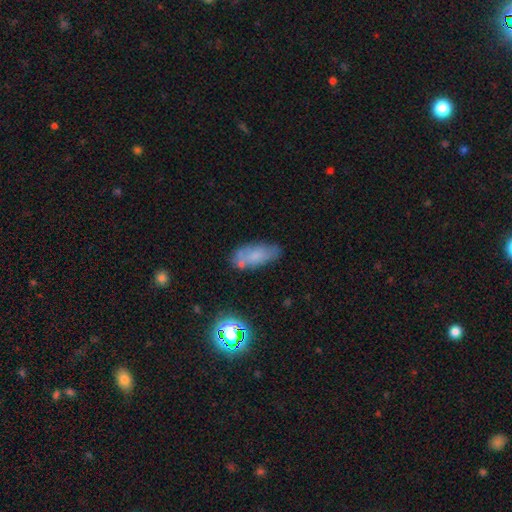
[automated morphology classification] smooth-or-featured: smooth: 65% | featured or disk: 24% | star or artifact: 11%
  how-rounded: in between: 84% | cigar-shaped: 13% | round: 3%
  merging: none: 60% | minor disturbance: 24% | merger: 8% | major disturbance: 8%